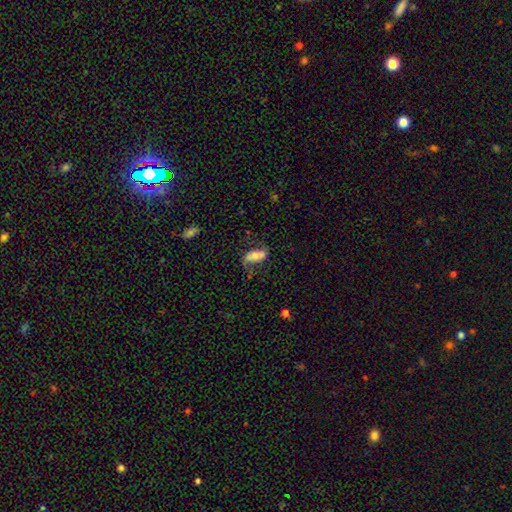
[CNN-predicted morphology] Smooth or featured? smooth (46%)
Merging? none (53%)